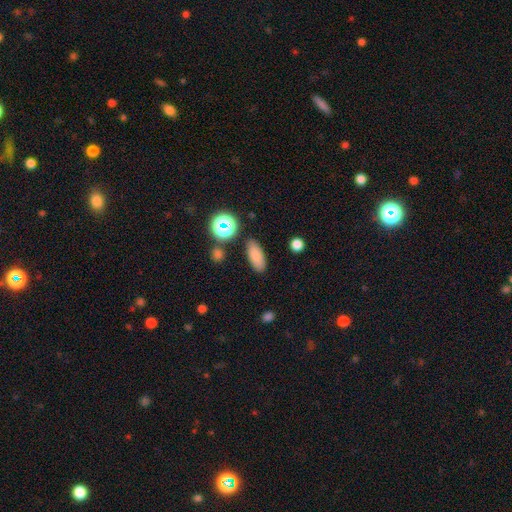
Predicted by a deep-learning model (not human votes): A smooth galaxy with no disk features (80%) that is in between round and cigar-shaped (76%).

Vote fractions:
- Smooth or featured? smooth: 80% / star or artifact: 11% / featured or disk: 8%
- How rounded? in between: 76% / cigar-shaped: 19% / round: 5%
- Merging? none: 86% / minor disturbance: 9% / major disturbance: 3% / merger: 3%